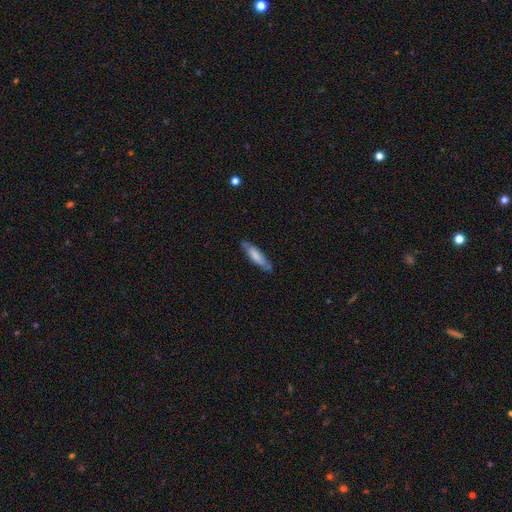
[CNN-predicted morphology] smooth-or-featured: smooth: 70% | featured or disk: 24% | star or artifact: 6%
  how-rounded: cigar-shaped: 73% | in between: 25% | round: 1%
  merging: none: 78% | minor disturbance: 17% | major disturbance: 3% | merger: 2%